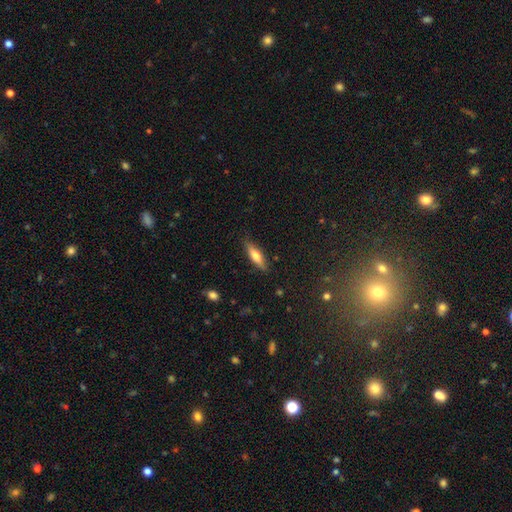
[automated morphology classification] smooth-or-featured: smooth: 57% | featured or disk: 37% | star or artifact: 6%
  how-rounded: cigar-shaped: 66% | in between: 32% | round: 2%
  merging: none: 86% | minor disturbance: 11% | major disturbance: 2% | merger: 1%